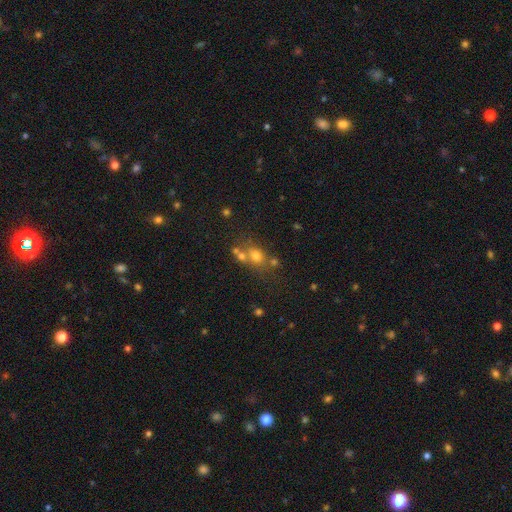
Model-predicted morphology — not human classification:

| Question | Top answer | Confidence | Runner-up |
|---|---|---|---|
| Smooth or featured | smooth | 65% | star or artifact (19%) |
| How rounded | round | 61% | in between (37%) |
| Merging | none | 48% | merger (34%) |